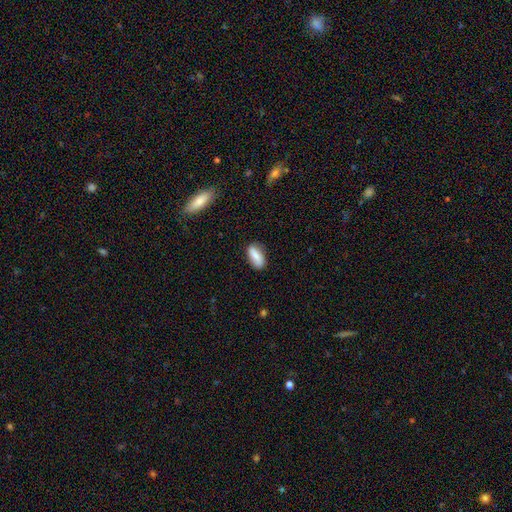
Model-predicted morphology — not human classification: smooth-or-featured: smooth: 78% | featured or disk: 15% | star or artifact: 7%
  how-rounded: in between: 80% | cigar-shaped: 17% | round: 3%
  merging: none: 79% | minor disturbance: 16% | major disturbance: 4% | merger: 2%